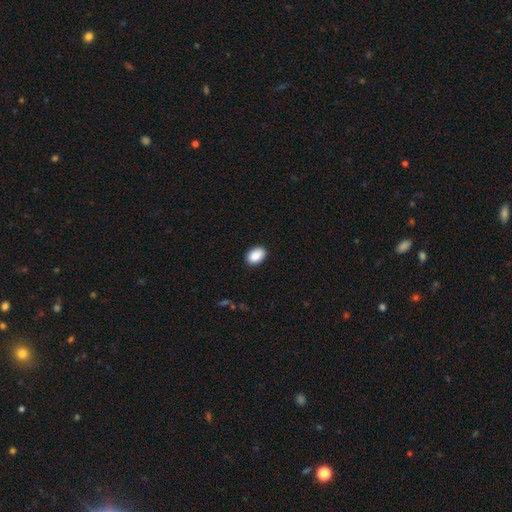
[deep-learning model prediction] Q: Smooth or featured?
A: smooth (90%); runner-up: star or artifact (7%)
Q: How rounded?
A: in between (86%); runner-up: round (13%)
Q: Merging?
A: none (89%); runner-up: minor disturbance (8%)